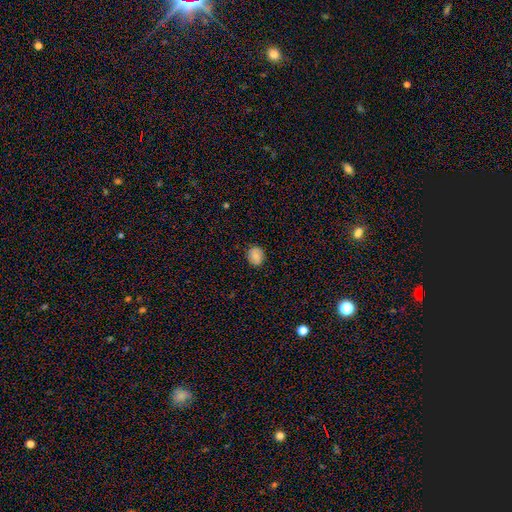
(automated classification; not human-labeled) A smooth galaxy with no disk features (74%) that is round (71%). Merging: none (84%).